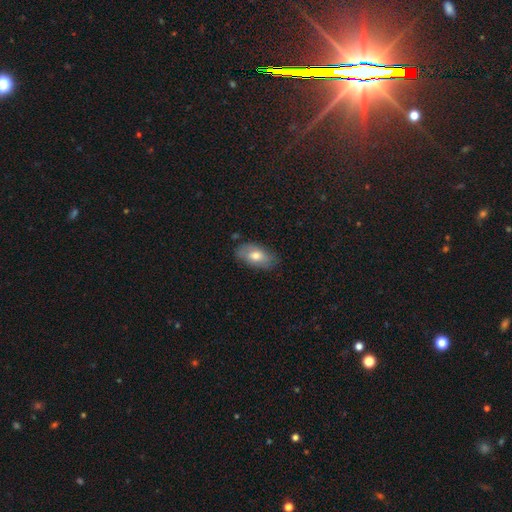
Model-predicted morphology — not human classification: A smooth galaxy with no disk features (71%) that is in between round and cigar-shaped (92%).

Vote fractions:
- Smooth or featured? smooth: 71% / featured or disk: 22% / star or artifact: 7%
- How rounded? in between: 92% / round: 5% / cigar-shaped: 3%
- Merging? none: 77% / minor disturbance: 18% / major disturbance: 4% / merger: 2%